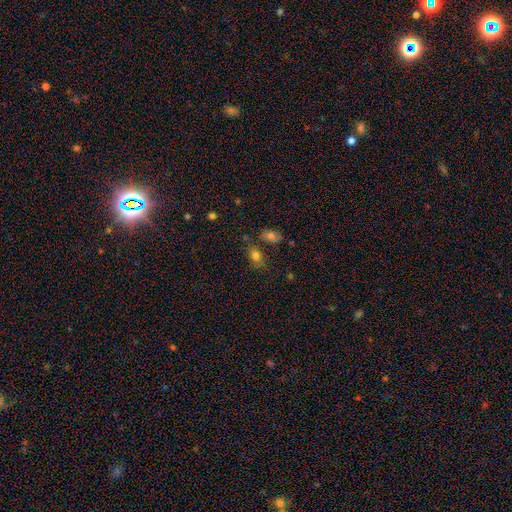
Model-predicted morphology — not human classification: type=smooth (78%); roundness=in between (78%); merging=none (64%).